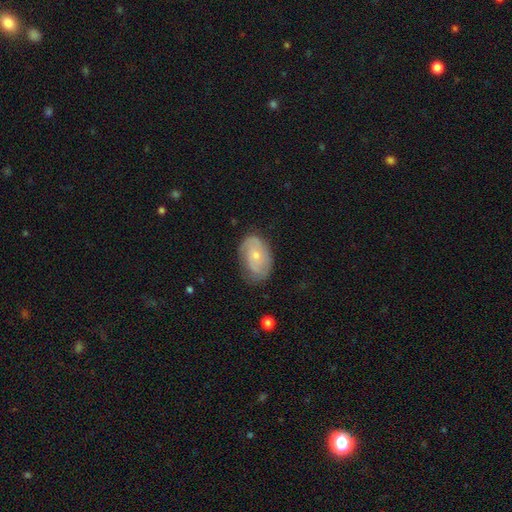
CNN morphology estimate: type=featured or disk (57%); edge-on=no (96%); bar=no (75%); spiral arms=yes (79%); bulge=small (65%); merging=none (68%).